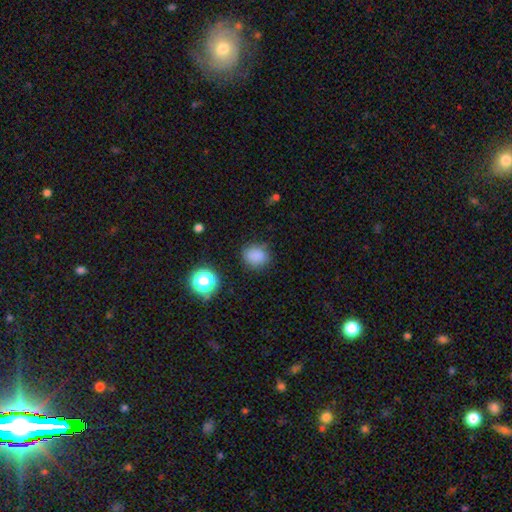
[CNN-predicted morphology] smooth-or-featured: smooth: 83% | star or artifact: 13% | featured or disk: 4%
  how-rounded: in between: 50% | round: 49% | cigar-shaped: 1%
  merging: none: 79% | minor disturbance: 15% | major disturbance: 4% | merger: 2%